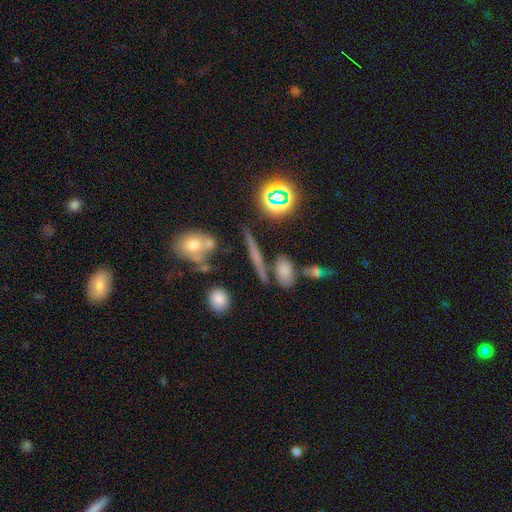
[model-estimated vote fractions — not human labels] Smooth or featured?
  - smooth: 44% *
  - featured or disk: 37%
  - star or artifact: 20%
Merging?
  - none: 72% *
  - merger: 12%
  - minor disturbance: 11%
  - major disturbance: 4%